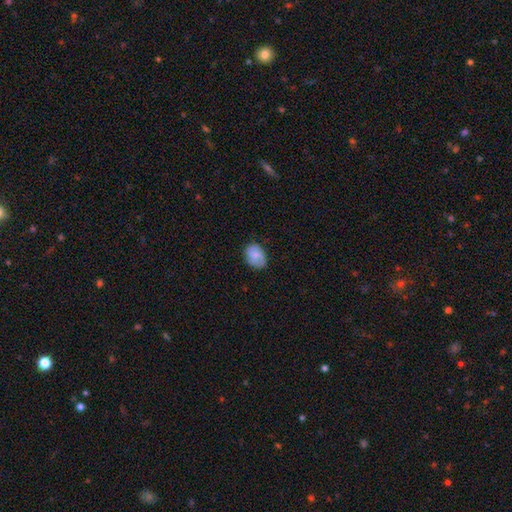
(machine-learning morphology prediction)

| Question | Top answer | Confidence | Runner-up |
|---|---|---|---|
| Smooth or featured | smooth | 76% | featured or disk (17%) |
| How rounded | in between | 71% | round (28%) |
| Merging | none | 73% | minor disturbance (21%) |